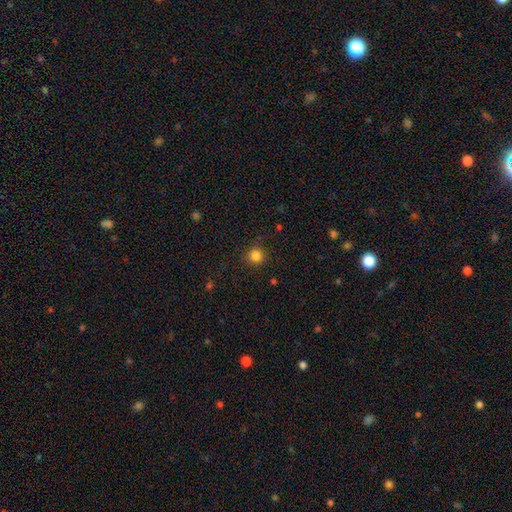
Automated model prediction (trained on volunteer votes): Morphology: type=smooth (84%); roundness=round (93%); merging=none (88%).